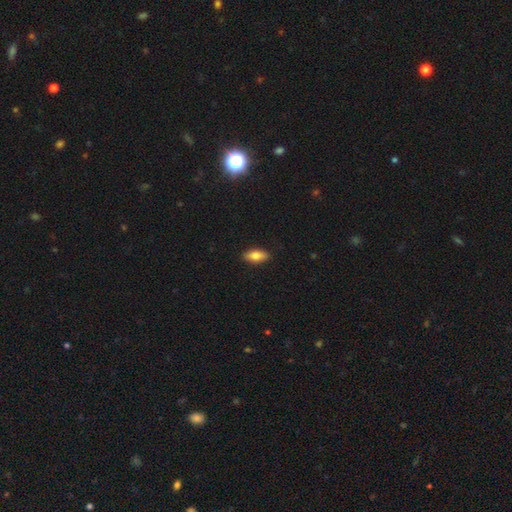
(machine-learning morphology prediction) Smooth or featured? smooth (80%)
How rounded? in between (82%)
Merging? none (89%)